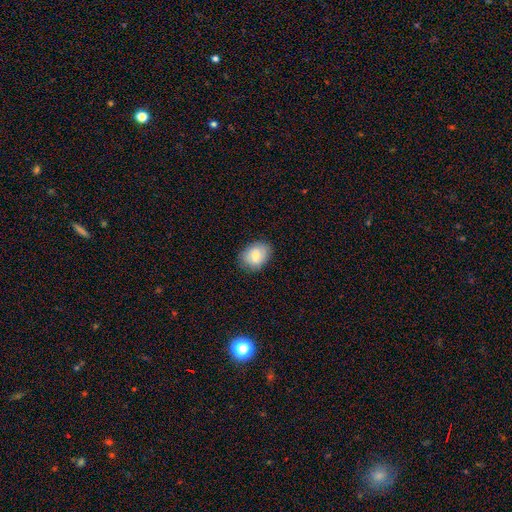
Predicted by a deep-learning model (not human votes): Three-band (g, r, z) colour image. It shows a smooth galaxy with no disk features (80%) that is in between round and cigar-shaped (61%). Merging: none (83%).